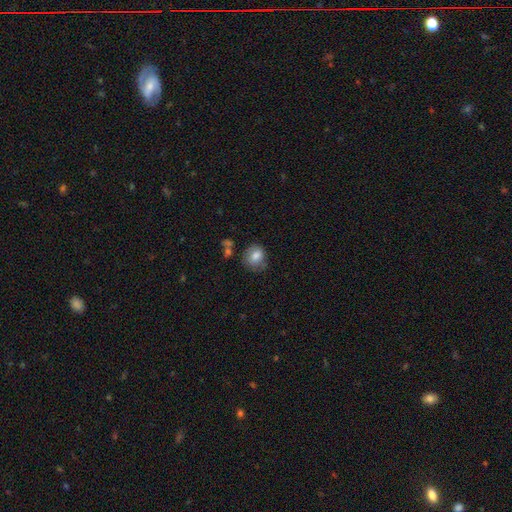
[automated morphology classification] smooth_or_featured: smooth (p=0.79) [alt: featured or disk p=0.12]
how_rounded: round (p=0.66) [alt: in between p=0.33]
merging: none (p=0.60) [alt: minor disturbance p=0.25]